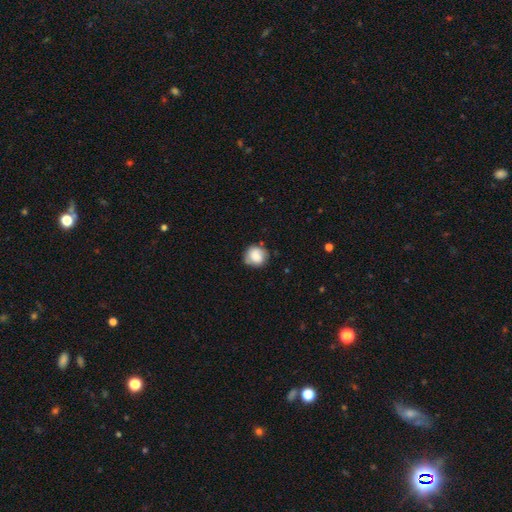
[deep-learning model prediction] The model was most divided on "merging": none: 70%, minor disturbance: 23%, major disturbance: 5%, merger: 2%. More confident: how rounded — round (83%); smooth or featured — smooth (79%).